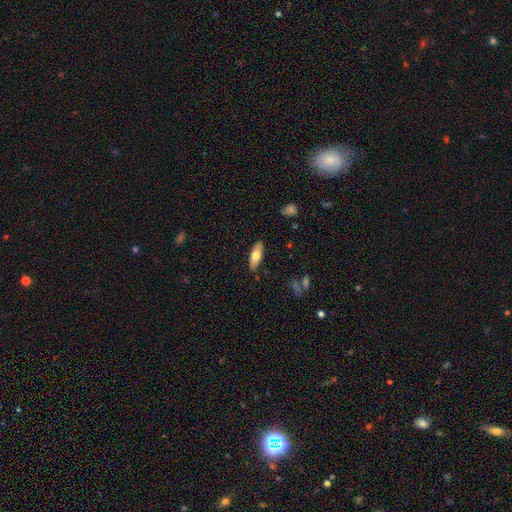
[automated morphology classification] smooth_or_featured: smooth (p=0.69) [alt: featured or disk p=0.25]
how_rounded: in between (p=0.70) [alt: cigar-shaped p=0.28]
merging: none (p=0.87) [alt: minor disturbance p=0.10]